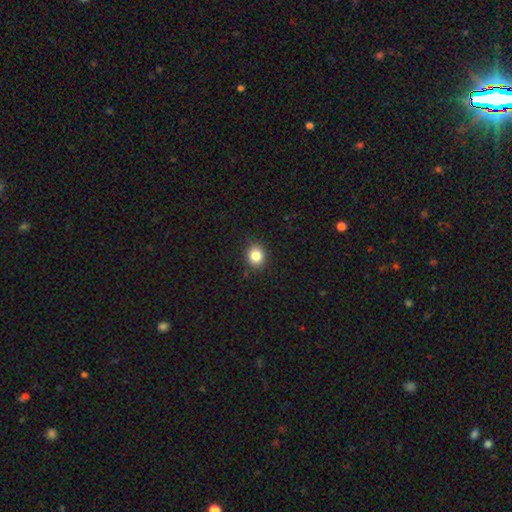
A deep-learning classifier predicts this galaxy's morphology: Smooth or featured? smooth (84%)
How rounded? round (71%)
Merging? none (88%)